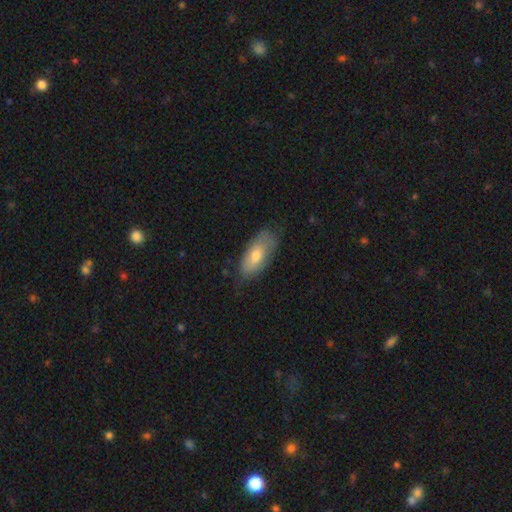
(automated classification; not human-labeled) smooth-or-featured: smooth: 70% | featured or disk: 24% | star or artifact: 6%
  how-rounded: in between: 87% | cigar-shaped: 11% | round: 2%
  merging: none: 62% | minor disturbance: 29% | major disturbance: 7% | merger: 1%